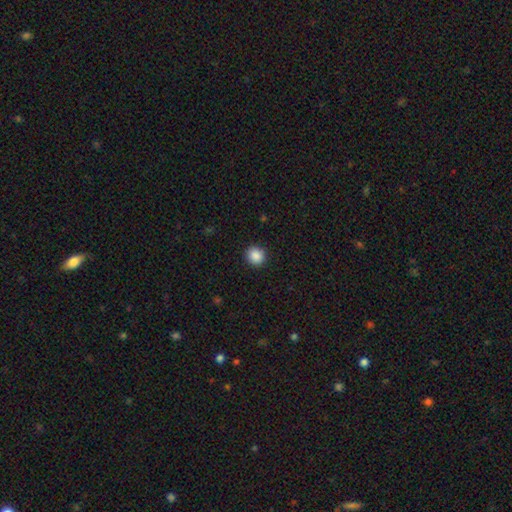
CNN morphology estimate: The model was most divided on "how rounded": round: 88%, in between: 11%, cigar-shaped: 1%. More confident: merging — none (91%); smooth or featured — smooth (88%).